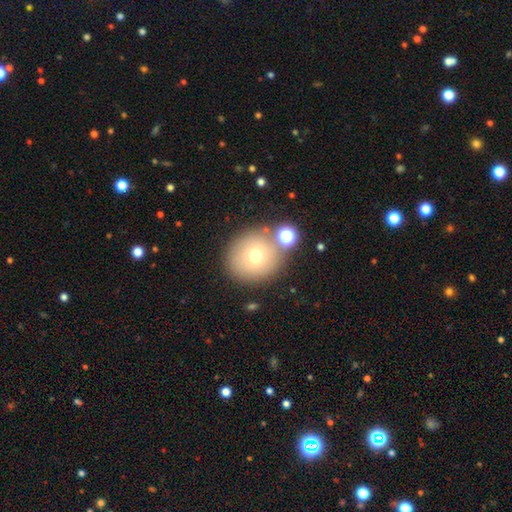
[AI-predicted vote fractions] Smooth or featured: smooth — 67% (featured or disk — 19%)
How rounded: round — 90% (in between — 9%)
Merging: none — 75% (merger — 11%)